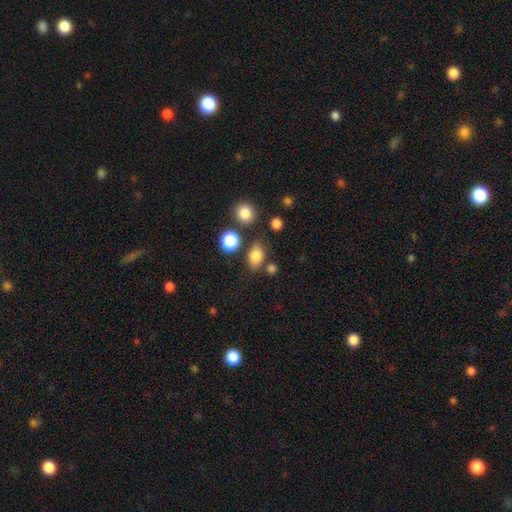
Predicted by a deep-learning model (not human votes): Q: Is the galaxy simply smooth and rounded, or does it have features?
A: smooth — 81%.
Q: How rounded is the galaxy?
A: in between — 70%.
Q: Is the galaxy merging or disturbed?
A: none — 71%.